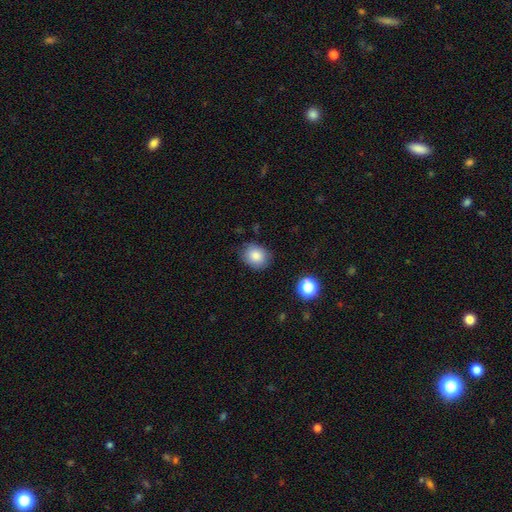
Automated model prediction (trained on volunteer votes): A smooth galaxy with no disk features (85%) that is round (57%).

Vote fractions:
- Smooth or featured? smooth: 85% / star or artifact: 9% / featured or disk: 6%
- How rounded? round: 57% / in between: 42% / cigar-shaped: 1%
- Merging? none: 82% / minor disturbance: 13% / major disturbance: 3% / merger: 2%